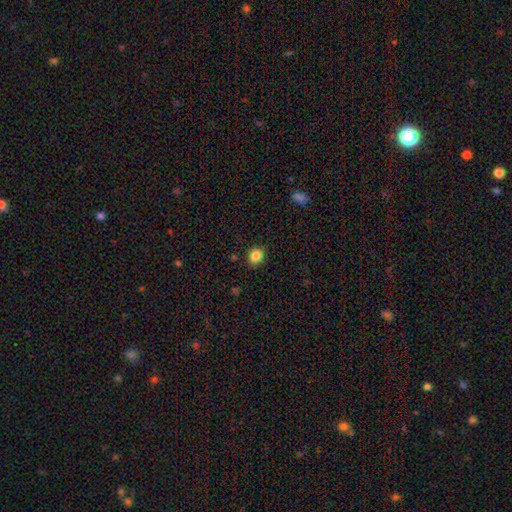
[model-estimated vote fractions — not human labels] Smooth or featured? Predicted: smooth (p=0.85). How rounded? Predicted: round (p=0.75). Merging? Predicted: none (p=0.88).